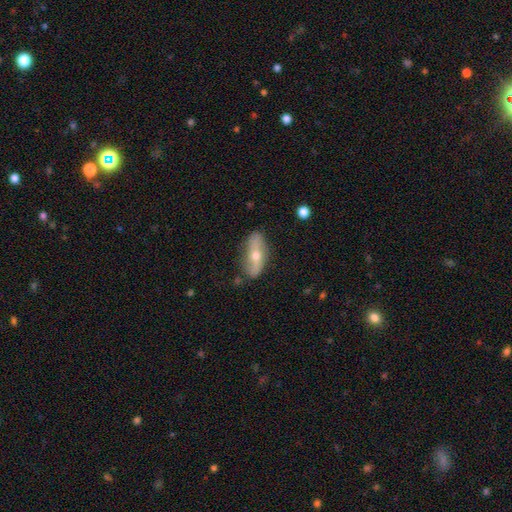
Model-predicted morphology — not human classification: Smooth or featured?
  - featured or disk: 55% *
  - smooth: 38%
  - star or artifact: 7%
Edge-on disk?
  - no: 68% *
  - yes: 32%
Merging?
  - none: 77% *
  - minor disturbance: 17%
  - major disturbance: 4%
  - merger: 2%